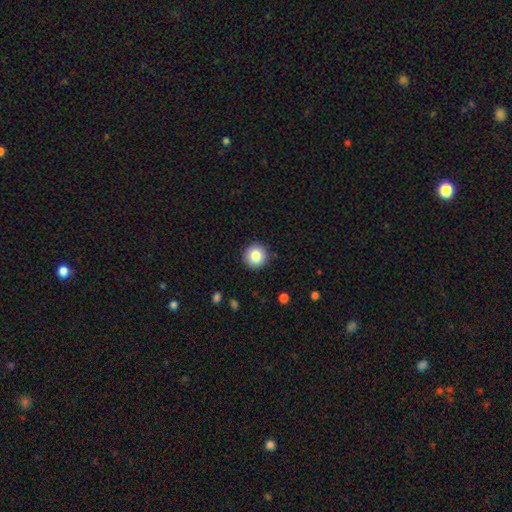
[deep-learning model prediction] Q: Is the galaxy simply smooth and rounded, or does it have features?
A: smooth — 84%.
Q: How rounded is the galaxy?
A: round — 94%.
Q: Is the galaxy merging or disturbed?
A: none — 91%.